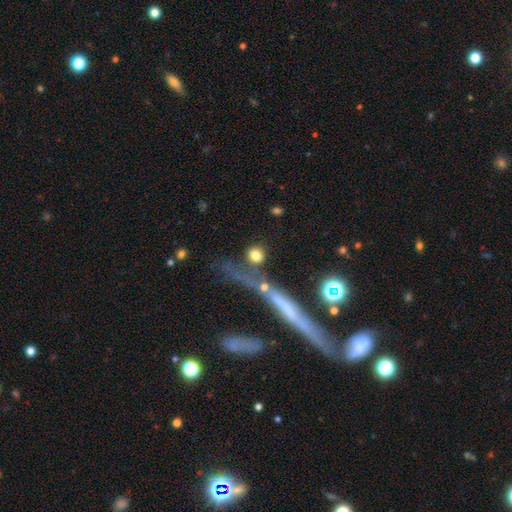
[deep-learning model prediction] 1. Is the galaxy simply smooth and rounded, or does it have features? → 78% smooth, 12% featured or disk, 10% star or artifact.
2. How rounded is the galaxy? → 80% round, 13% in between, 6% cigar-shaped.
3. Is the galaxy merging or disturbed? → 61% none, 17% merger, 12% minor disturbance, 10% major disturbance.